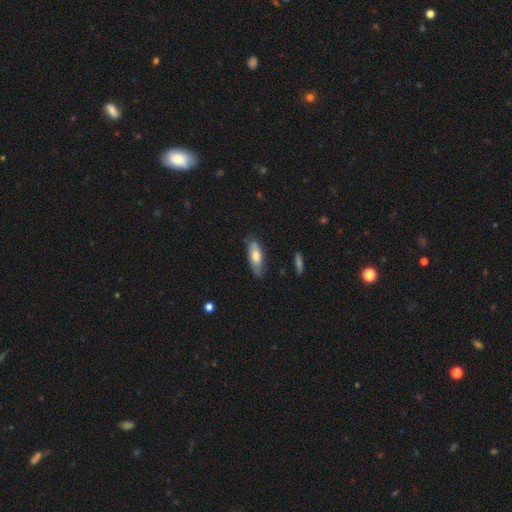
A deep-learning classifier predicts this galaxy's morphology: type=smooth (69%); roundness=in between (68%); merging=none (73%).